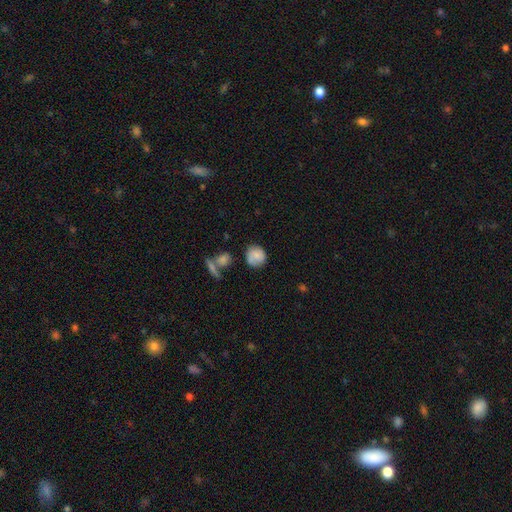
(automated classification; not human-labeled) Smooth or featured?
  - smooth: 74% *
  - featured or disk: 18%
  - star or artifact: 8%
How rounded?
  - round: 82% *
  - in between: 17%
  - cigar-shaped: 1%
Merging?
  - none: 63% *
  - minor disturbance: 23%
  - merger: 7%
  - major disturbance: 7%